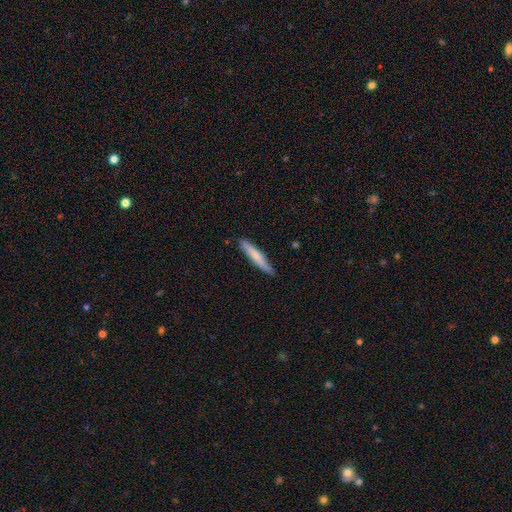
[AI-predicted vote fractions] The model was most divided on "smooth or featured": smooth: 66%, featured or disk: 29%, star or artifact: 5%. More confident: how rounded — cigar-shaped (93%); merging — none (84%).